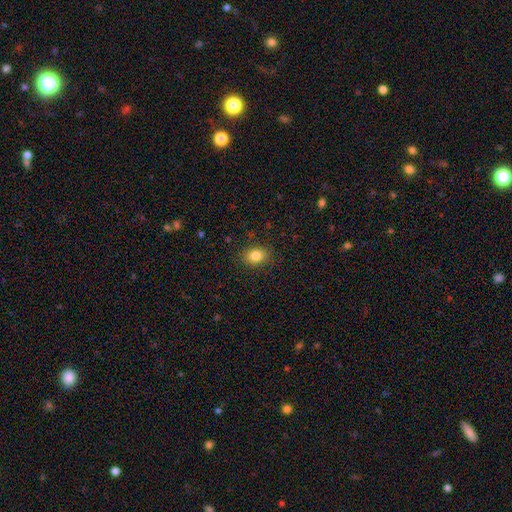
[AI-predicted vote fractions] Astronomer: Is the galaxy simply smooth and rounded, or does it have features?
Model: smooth — 84%.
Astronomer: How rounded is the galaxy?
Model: in between — 62%.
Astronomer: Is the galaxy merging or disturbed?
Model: none — 86%.